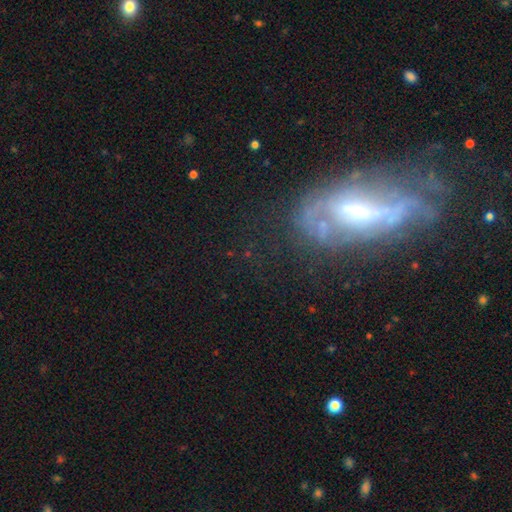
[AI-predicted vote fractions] Overall: featured or disk (68%). Edge-on disk: no (82%). Bar: no (42%; weak 35%). Spiral arms: yes (62%; no 38%). Bulge size: moderate (48%; small 26%). Merging: none (51%; major disturbance 22%).